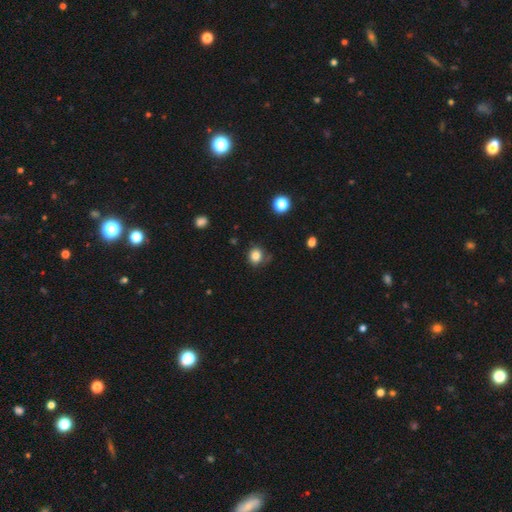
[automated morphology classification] The model was most divided on "how rounded": round: 76%, in between: 23%, cigar-shaped: 1%. More confident: smooth or featured — smooth (84%); merging — none (74%).